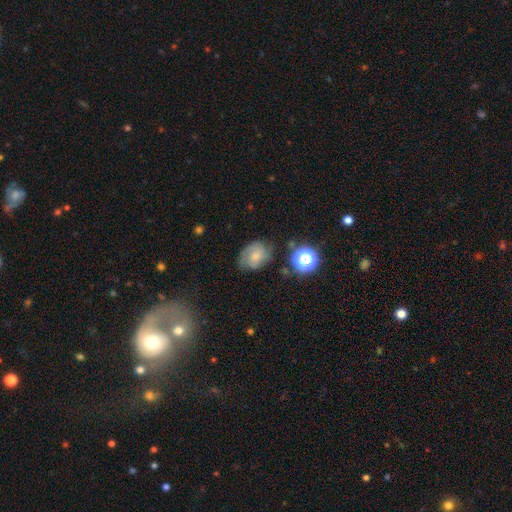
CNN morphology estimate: smooth-or-featured: smooth: 56% | featured or disk: 31% | star or artifact: 13%
  how-rounded: in between: 62% | round: 36% | cigar-shaped: 1%
  merging: none: 60% | minor disturbance: 27% | major disturbance: 10% | merger: 3%